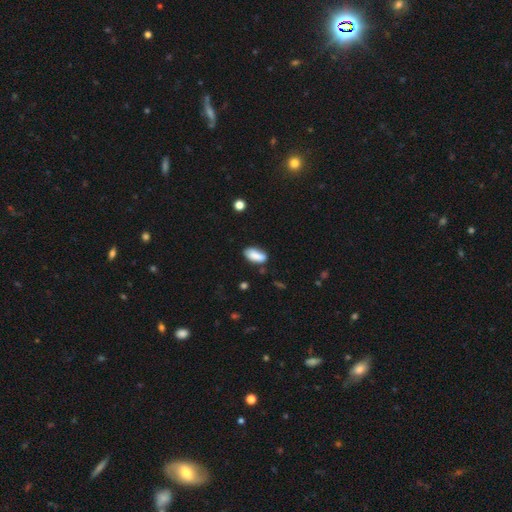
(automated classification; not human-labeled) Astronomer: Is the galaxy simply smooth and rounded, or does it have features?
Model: smooth — 84%.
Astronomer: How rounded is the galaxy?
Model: in between — 87%.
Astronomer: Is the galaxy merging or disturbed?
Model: none — 65%.